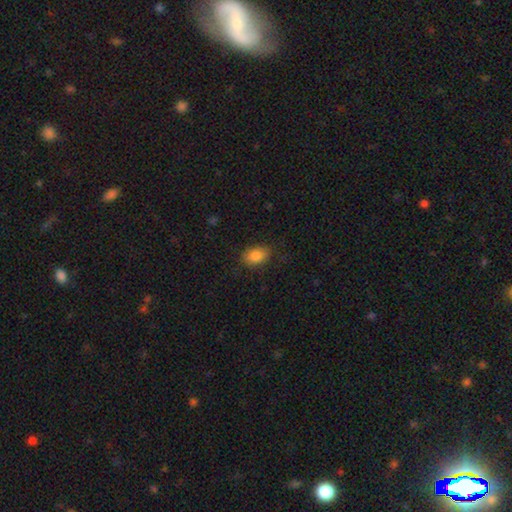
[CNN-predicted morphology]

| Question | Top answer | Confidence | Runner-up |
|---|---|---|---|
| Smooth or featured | smooth | 85% | star or artifact (9%) |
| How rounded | in between | 84% | round (14%) |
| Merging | none | 84% | minor disturbance (12%) |